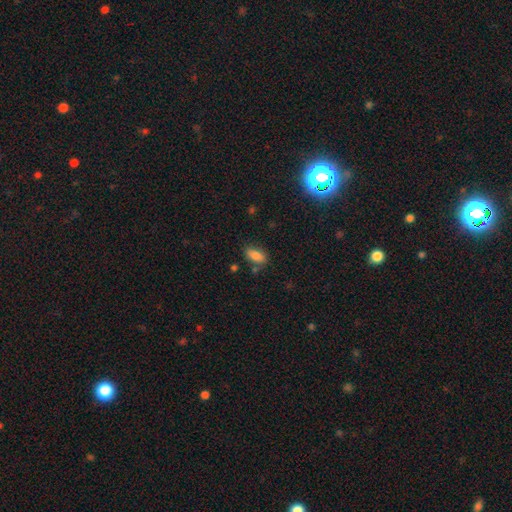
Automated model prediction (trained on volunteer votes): This appears to be a smooth galaxy with no disk features (82%) that is in between round and cigar-shaped (88%). Merging: none (74%).